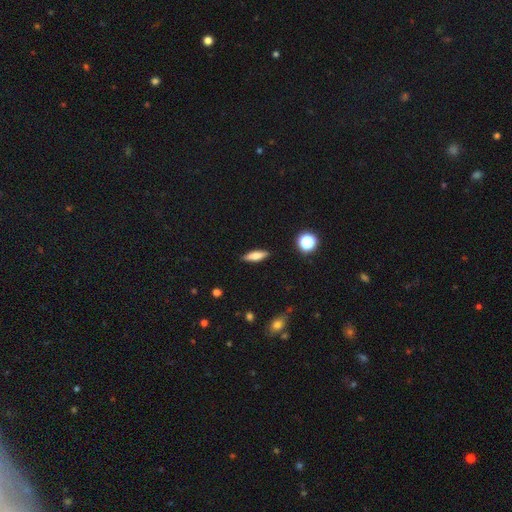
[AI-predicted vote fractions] Smooth or featured? Predicted: smooth (p=0.68). How rounded? Predicted: cigar-shaped (p=0.50). Merging? Predicted: none (p=0.87).